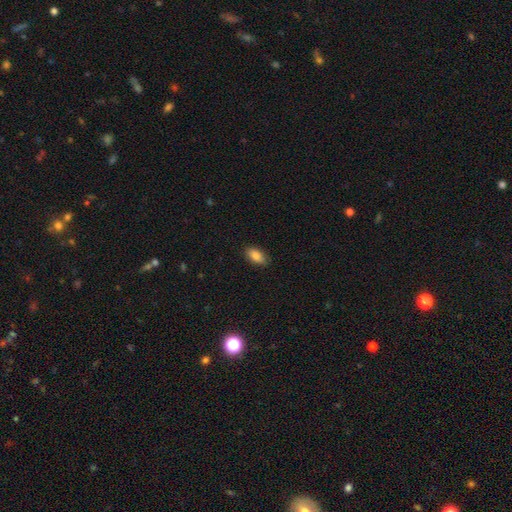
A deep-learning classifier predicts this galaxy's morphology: The model was most divided on "merging": none: 86%, minor disturbance: 11%, major disturbance: 2%, merger: 1%. More confident: how rounded — in between (90%); smooth or featured — smooth (86%).